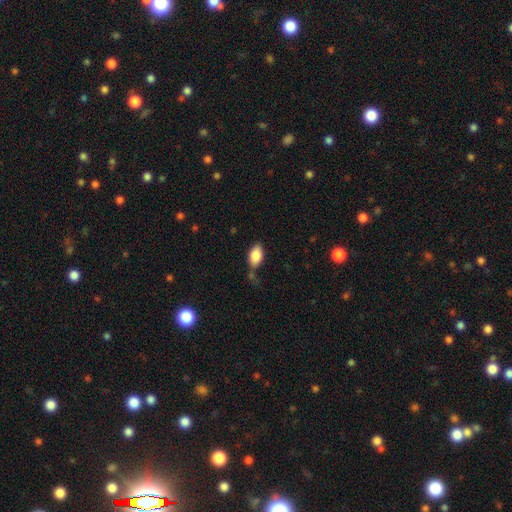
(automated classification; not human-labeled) Smooth or featured? smooth (86%)
How rounded? in between (93%)
Merging? none (67%)